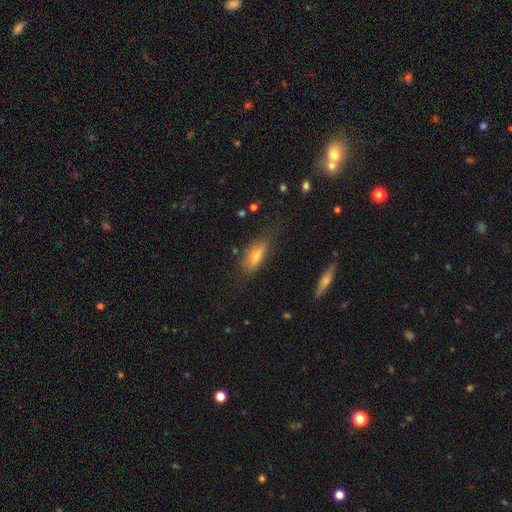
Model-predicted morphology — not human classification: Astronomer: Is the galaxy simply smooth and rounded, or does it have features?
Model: smooth — 67%.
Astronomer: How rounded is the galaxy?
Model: in between — 73%.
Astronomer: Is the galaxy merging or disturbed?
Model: none — 68%.